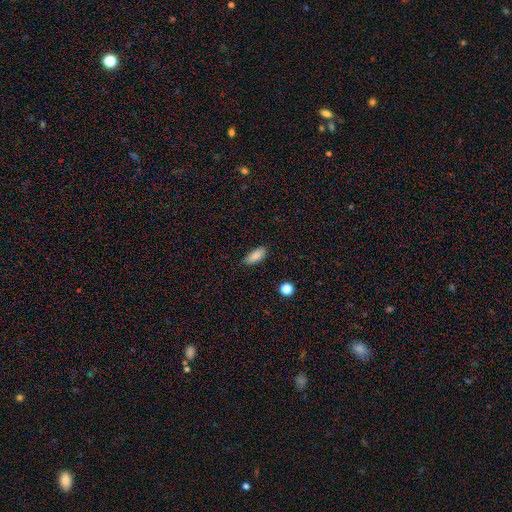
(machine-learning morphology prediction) smooth-or-featured: smooth: 87% | star or artifact: 8% | featured or disk: 5%
  how-rounded: in between: 83% | cigar-shaped: 15% | round: 2%
  merging: none: 84% | minor disturbance: 12% | major disturbance: 2% | merger: 1%